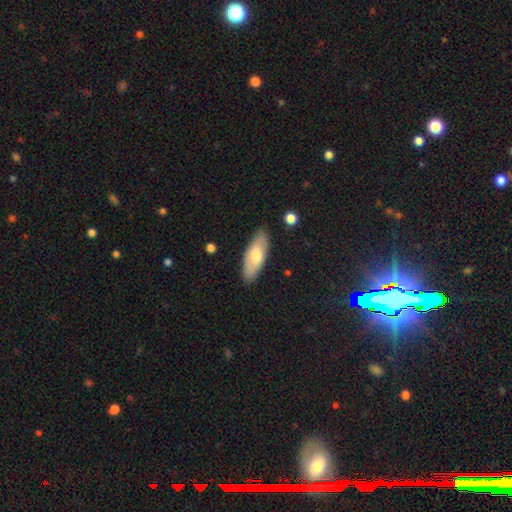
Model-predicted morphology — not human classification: type=smooth (66%); roundness=in between (76%); merging=none (86%).